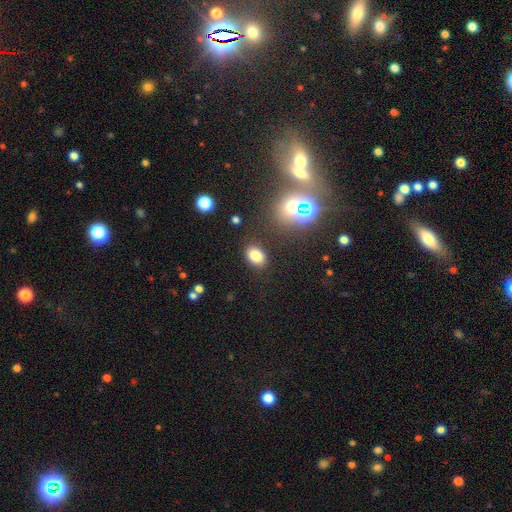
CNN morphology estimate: A smooth galaxy with no disk features (79%) that is in between round and cigar-shaped (73%).

Vote fractions:
- Smooth or featured? smooth: 79% / star or artifact: 14% / featured or disk: 7%
- How rounded? in between: 73% / round: 26% / cigar-shaped: 1%
- Merging? none: 84% / minor disturbance: 10% / major disturbance: 3% / merger: 3%